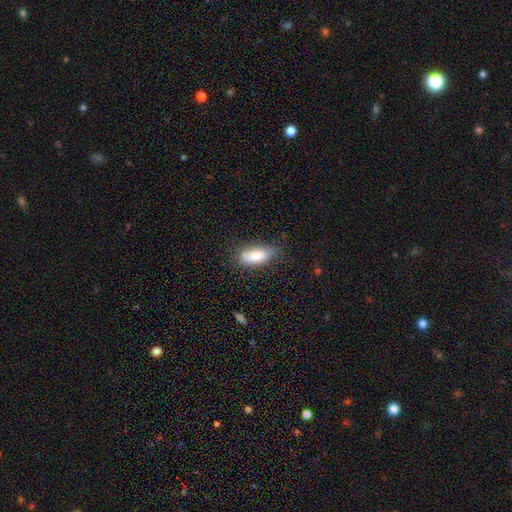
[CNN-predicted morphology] Smooth or featured: smooth — 76% (featured or disk — 17%)
How rounded: in between — 82% (cigar-shaped — 15%)
Merging: none — 66% (minor disturbance — 27%)